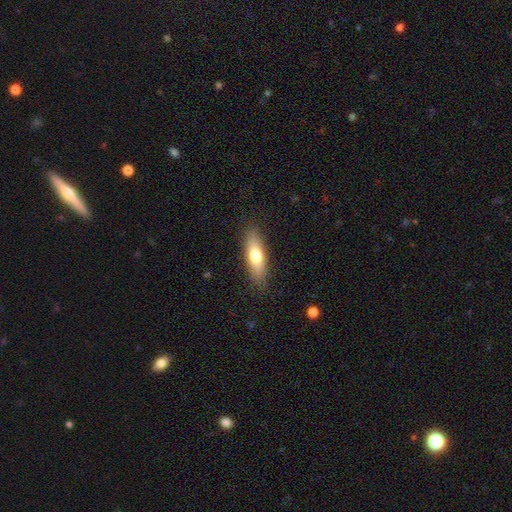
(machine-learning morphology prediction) The model was most divided on "how rounded": in between: 49%, cigar-shaped: 48%, round: 2%. More confident: merging — none (86%); smooth or featured — smooth (70%).